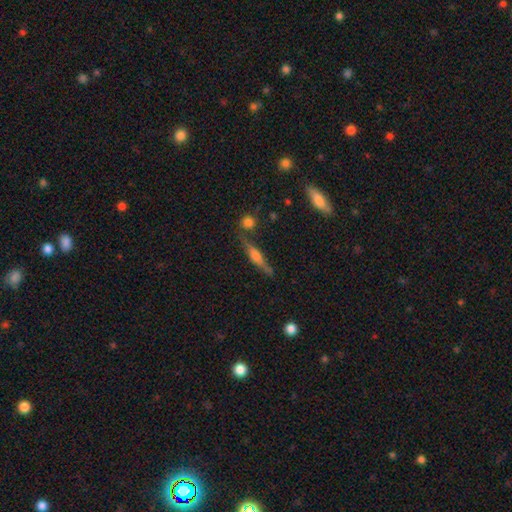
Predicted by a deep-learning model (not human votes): smooth-or-featured: featured or disk: 55% | smooth: 36% | star or artifact: 9%
  disk-edge-on: yes: 93% | no: 7%
    edge-on-bulge: rounded: 74% | boxy: 17% | none: 9%
  merging: none: 73% | minor disturbance: 15% | merger: 7% | major disturbance: 5%